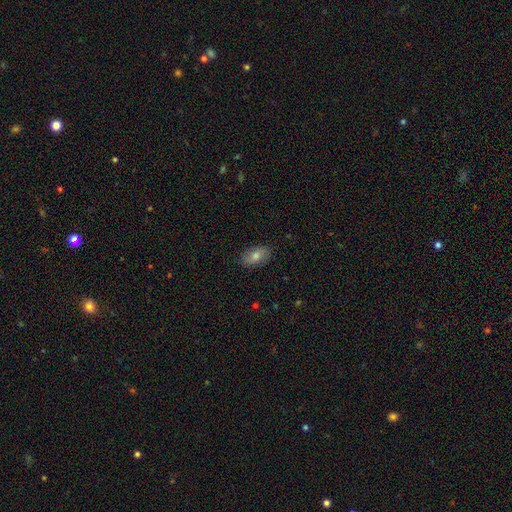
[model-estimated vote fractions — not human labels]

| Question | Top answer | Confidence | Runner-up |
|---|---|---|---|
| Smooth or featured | smooth | 71% | featured or disk (19%) |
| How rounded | in between | 91% | round (5%) |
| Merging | none | 87% | minor disturbance (10%) |